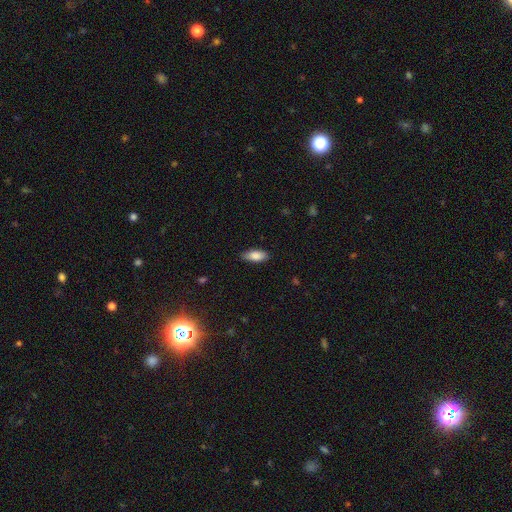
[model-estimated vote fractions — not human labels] Smooth or featured? Predicted: smooth (p=0.86). How rounded? Predicted: in between (p=0.81). Merging? Predicted: none (p=0.84).